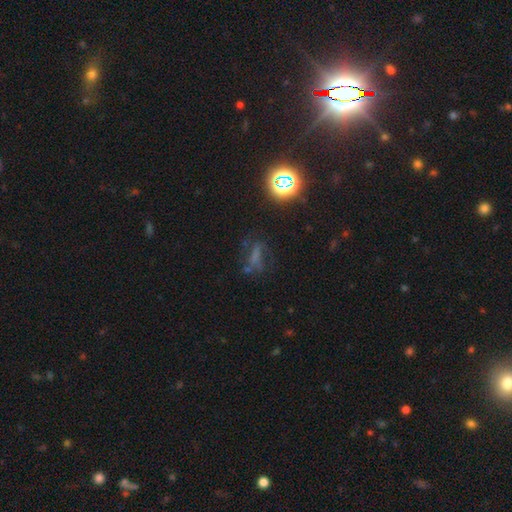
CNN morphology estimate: Q: Smooth or featured?
A: star or artifact (42%); runner-up: smooth (31%)